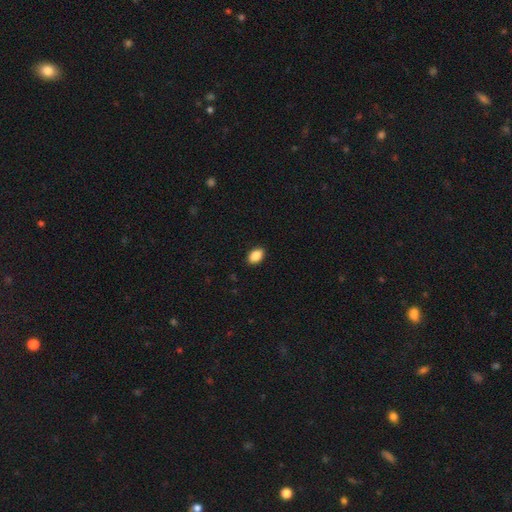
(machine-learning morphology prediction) smooth_or_featured: smooth (p=0.89) [alt: star or artifact p=0.08]
how_rounded: in between (p=0.89) [alt: round p=0.10]
merging: none (p=0.90) [alt: minor disturbance p=0.08]